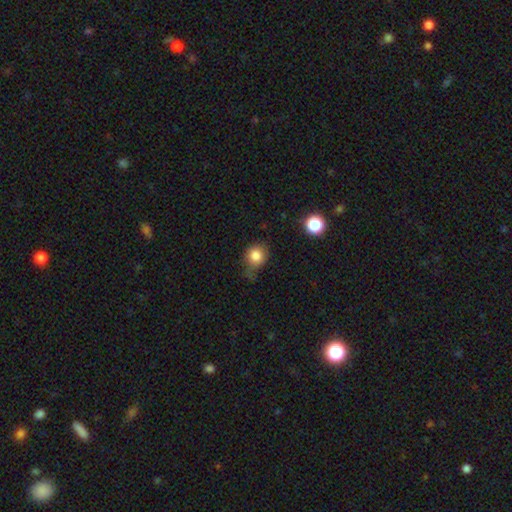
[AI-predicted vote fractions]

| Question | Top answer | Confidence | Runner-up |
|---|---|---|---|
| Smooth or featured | smooth | 82% | star or artifact (10%) |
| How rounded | round | 73% | in between (25%) |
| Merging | none | 50% | minor disturbance (33%) |